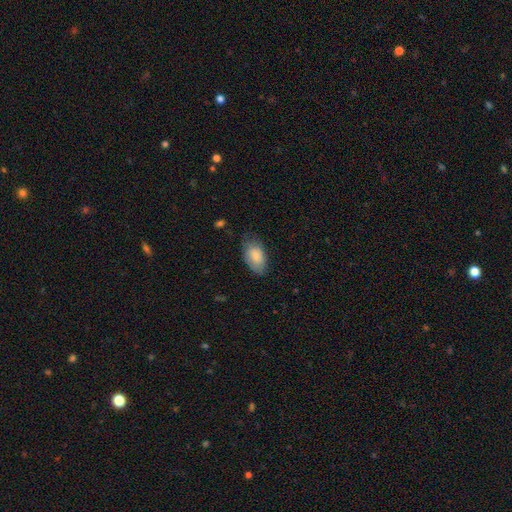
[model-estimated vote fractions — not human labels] A smooth galaxy with no disk features (83%) that is in between round and cigar-shaped (93%).

Vote fractions:
- Smooth or featured? smooth: 83% / featured or disk: 11% / star or artifact: 6%
- How rounded? in between: 93% / round: 5% / cigar-shaped: 2%
- Merging? none: 65% / minor disturbance: 27% / major disturbance: 6% / merger: 1%